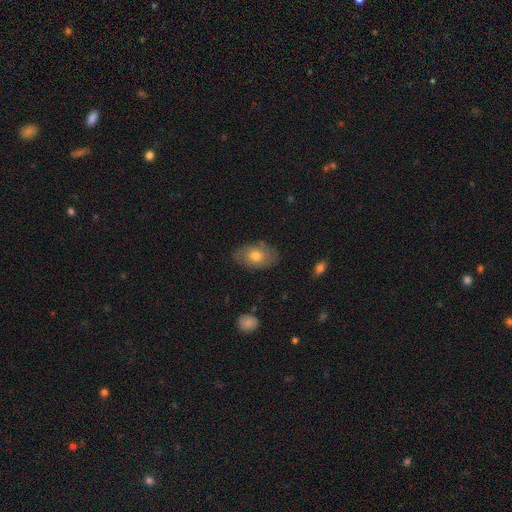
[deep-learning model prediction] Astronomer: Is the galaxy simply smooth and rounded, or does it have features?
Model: smooth — 69%.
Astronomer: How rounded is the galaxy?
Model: in between — 88%.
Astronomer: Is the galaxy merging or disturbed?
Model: none — 80%.